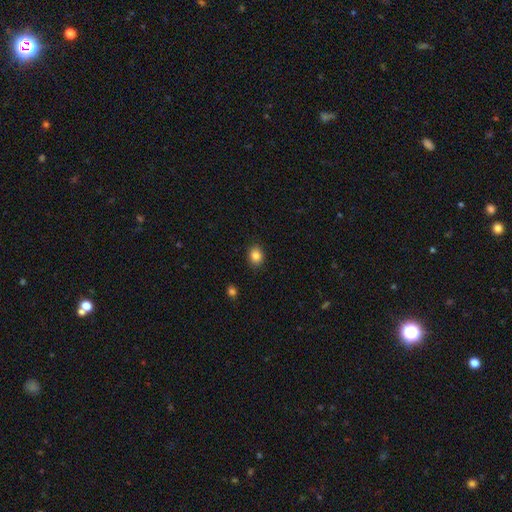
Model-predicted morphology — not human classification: Overall: smooth (85%). How rounded: round (54%; in between 45%). Merging: none (89%).